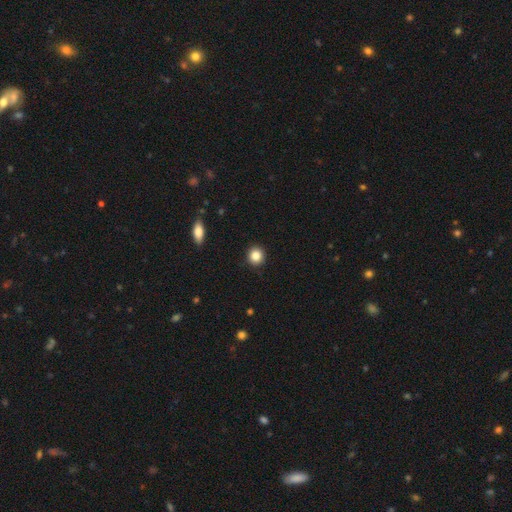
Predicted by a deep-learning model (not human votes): This appears to be a smooth galaxy with no disk features (85%) that is round (89%). Merging: none (92%).